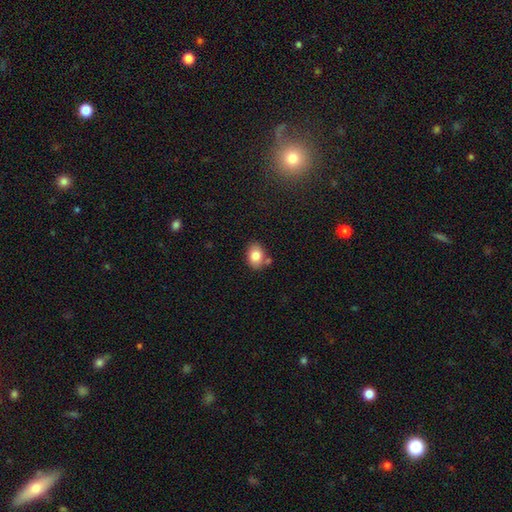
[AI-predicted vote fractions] A smooth galaxy with no disk features (82%) that is in between round and cigar-shaped (65%). Merging: none (74%).